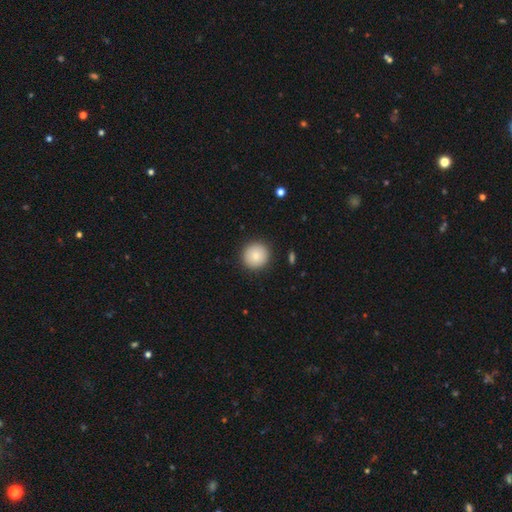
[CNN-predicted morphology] Smooth or featured?
  - smooth: 83% *
  - featured or disk: 9%
  - star or artifact: 8%
How rounded?
  - round: 95% *
  - in between: 4%
  - cigar-shaped: 1%
Merging?
  - none: 91% *
  - minor disturbance: 6%
  - major disturbance: 2%
  - merger: 1%